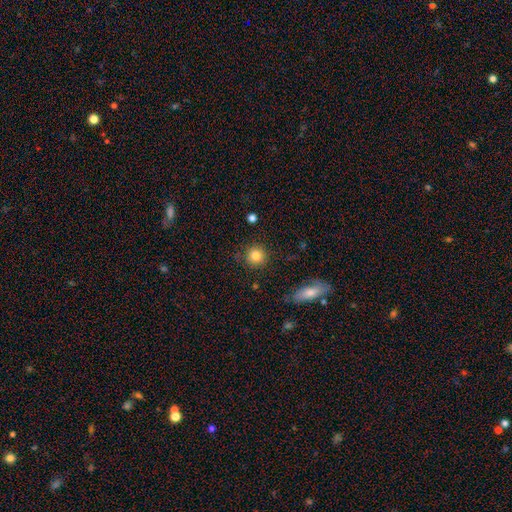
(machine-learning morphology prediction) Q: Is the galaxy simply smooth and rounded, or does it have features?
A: smooth — 83%.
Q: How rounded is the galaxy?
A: round — 92%.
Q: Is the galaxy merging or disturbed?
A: none — 87%.